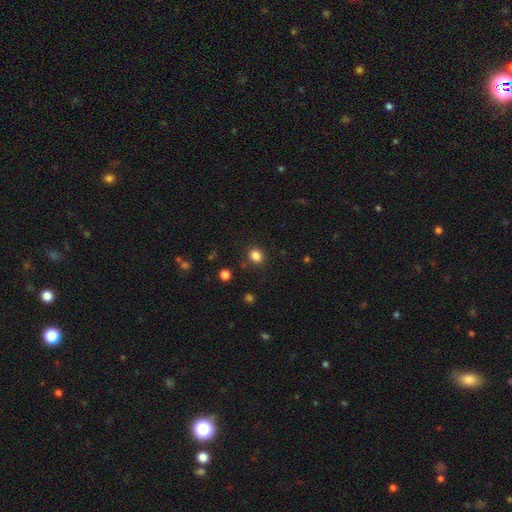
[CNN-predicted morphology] This is clearly a smooth galaxy (84%). How rounded: likely round (70%). Merging: clearly none (86%).